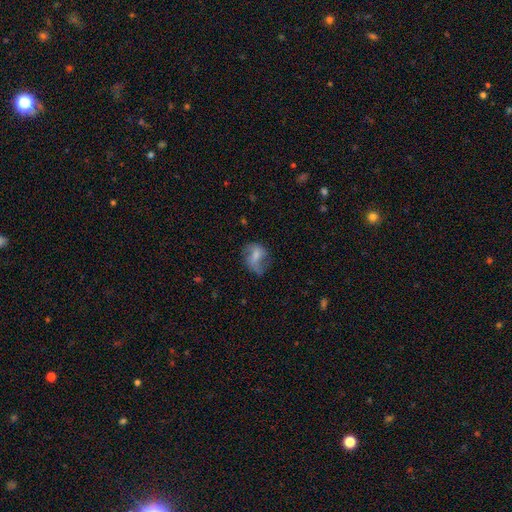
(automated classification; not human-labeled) Morphology: type=smooth (47%); merging=none (43%).